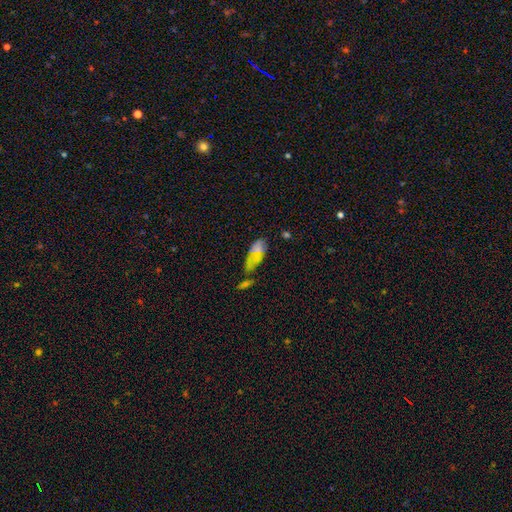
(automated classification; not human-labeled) Smooth or featured? smooth (66%)
How rounded? in between (83%)
Merging? none (34%)